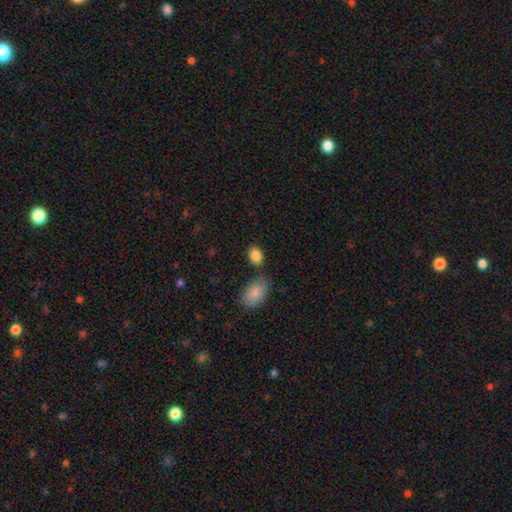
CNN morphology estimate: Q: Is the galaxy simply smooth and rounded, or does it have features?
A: smooth — 87%.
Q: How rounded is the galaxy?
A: in between — 74%.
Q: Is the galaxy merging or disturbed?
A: none — 72%.